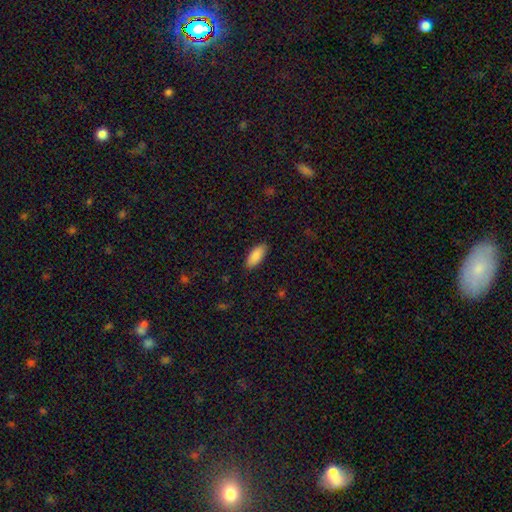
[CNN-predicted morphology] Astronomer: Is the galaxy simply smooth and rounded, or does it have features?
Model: smooth — 88%.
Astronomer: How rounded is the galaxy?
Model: in between — 86%.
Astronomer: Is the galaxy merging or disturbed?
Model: none — 88%.